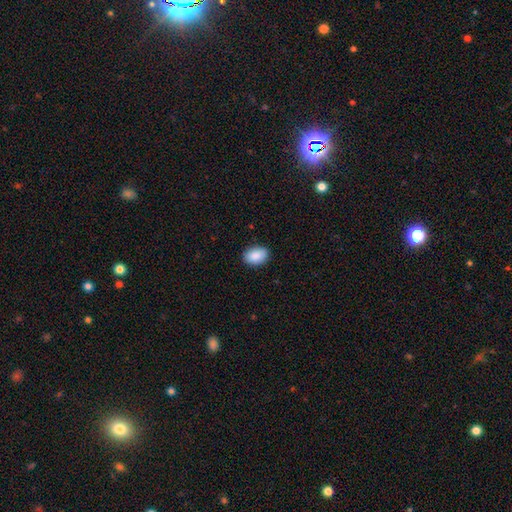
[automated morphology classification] smooth_or_featured: smooth (p=0.90) [alt: star or artifact p=0.07]
how_rounded: in between (p=0.88) [alt: round p=0.11]
merging: none (p=0.88) [alt: minor disturbance p=0.09]